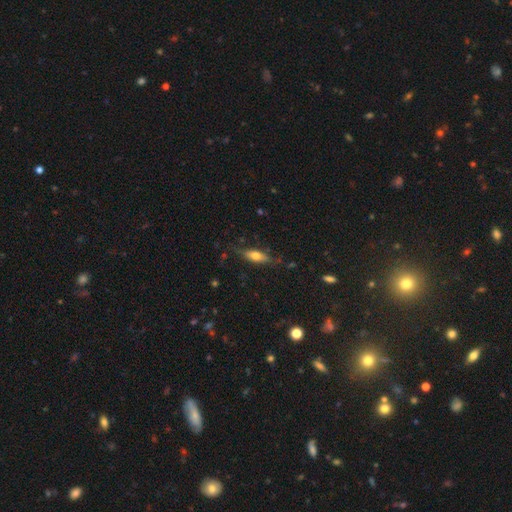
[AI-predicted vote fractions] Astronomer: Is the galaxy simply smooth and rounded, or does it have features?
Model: smooth — 57% (runner-up: featured or disk, 36%).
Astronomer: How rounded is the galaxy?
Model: in between — 50% (runner-up: cigar-shaped, 47%).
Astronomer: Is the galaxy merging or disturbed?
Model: none — 74%.